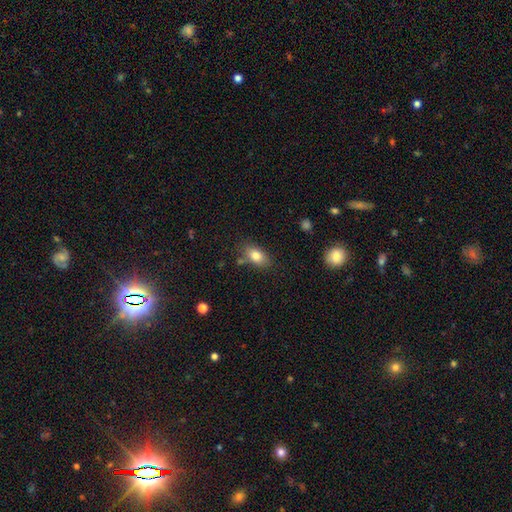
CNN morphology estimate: smooth-or-featured: smooth: 80% | featured or disk: 11% | star or artifact: 8%
  how-rounded: in between: 87% | round: 9% | cigar-shaped: 4%
  merging: none: 74% | minor disturbance: 16% | merger: 6% | major disturbance: 4%